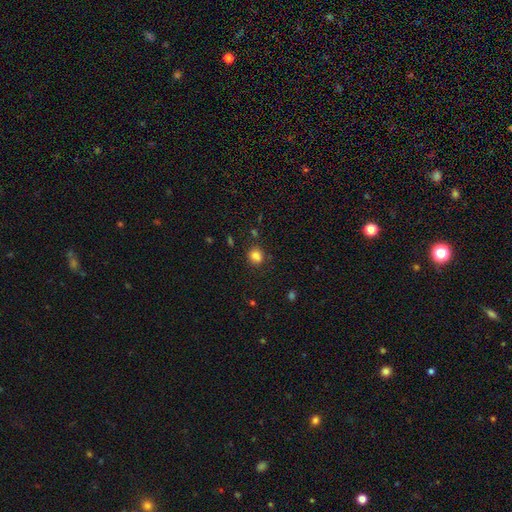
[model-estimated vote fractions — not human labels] The model was most divided on "how rounded": round: 77%, in between: 22%, cigar-shaped: 1%. More confident: smooth or featured — smooth (83%); merging — none (80%).